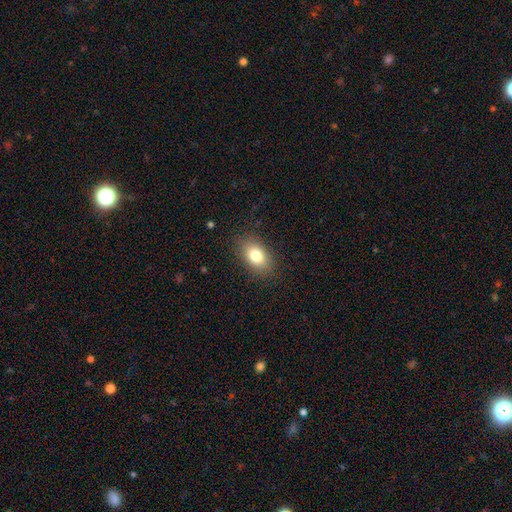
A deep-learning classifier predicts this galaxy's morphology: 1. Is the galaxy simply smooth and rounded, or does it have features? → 81% smooth, 10% featured or disk, 9% star or artifact.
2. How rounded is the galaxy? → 86% in between, 12% round, 2% cigar-shaped.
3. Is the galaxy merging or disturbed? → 85% none, 10% minor disturbance, 3% major disturbance, 1% merger.